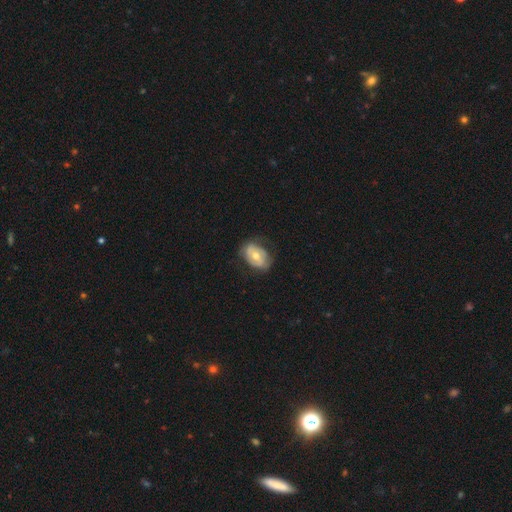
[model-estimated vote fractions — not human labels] Morphology: type=smooth (48%); merging=none (69%).